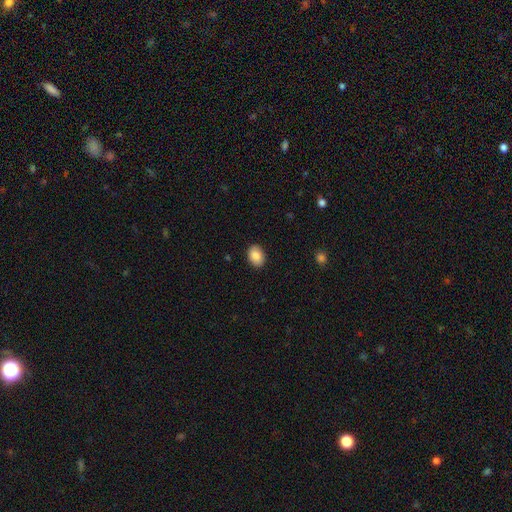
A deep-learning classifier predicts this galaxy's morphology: Smooth or featured? Predicted: smooth (p=0.87). How rounded? Predicted: in between (p=0.73). Merging? Predicted: none (p=0.89).